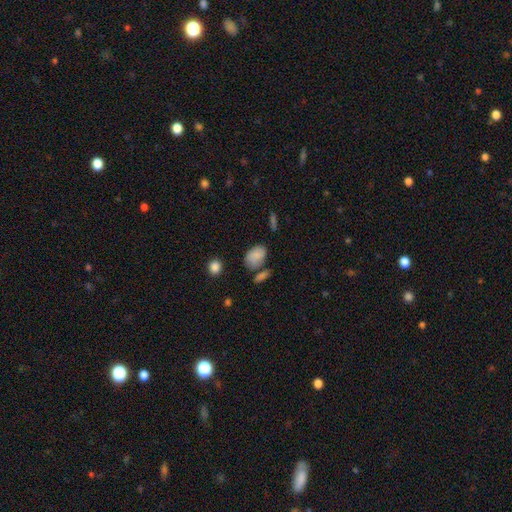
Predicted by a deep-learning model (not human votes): This is clearly a smooth galaxy (81%). How rounded: clearly in between (88%). Merging: possibly none (56%).